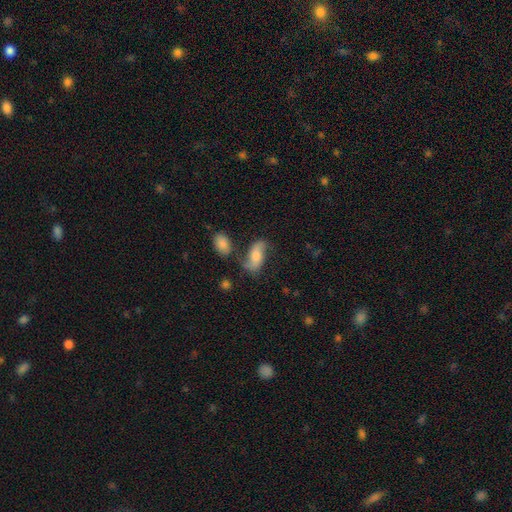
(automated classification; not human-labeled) featured or disk 49%, smooth 43%, star or artifact 8%. Down the decision tree: merging — none (56%).